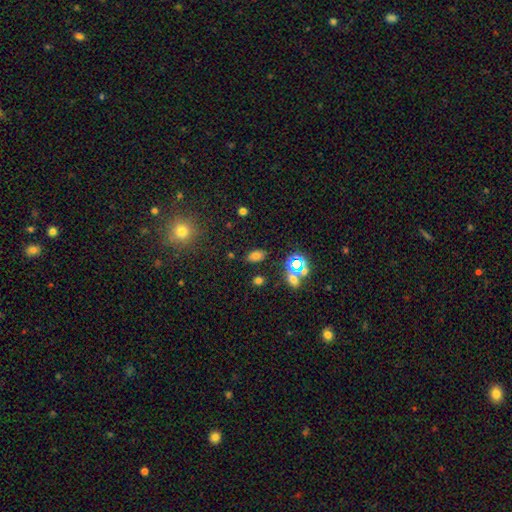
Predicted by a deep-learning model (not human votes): Smooth or featured? smooth (68%)
How rounded? in between (88%)
Merging? none (82%)